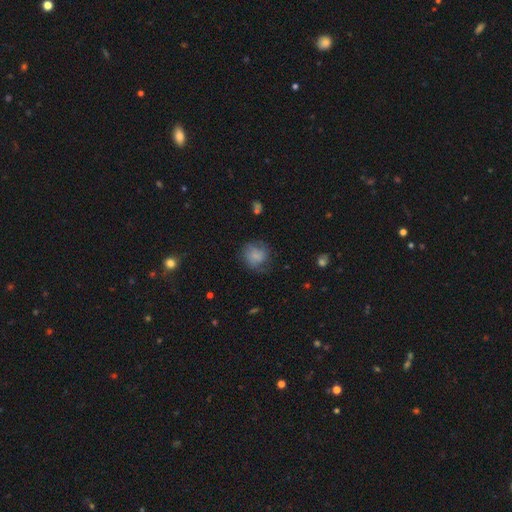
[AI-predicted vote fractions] A smooth galaxy with no disk features (67%) that is round (78%).

Vote fractions:
- Smooth or featured? smooth: 67% / featured or disk: 23% / star or artifact: 10%
- How rounded? round: 78% / in between: 21% / cigar-shaped: 1%
- Merging? none: 58% / minor disturbance: 25% / major disturbance: 15% / merger: 2%